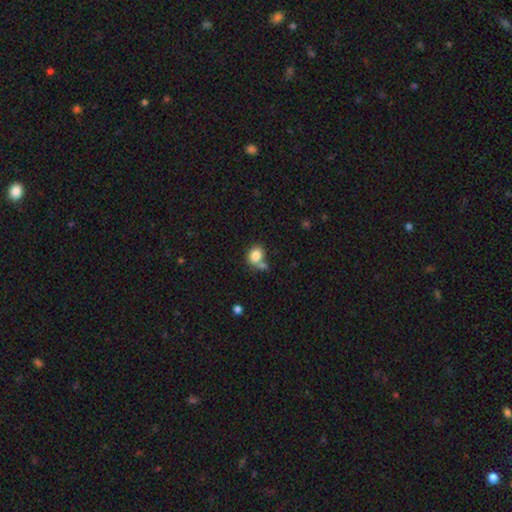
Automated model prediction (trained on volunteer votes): This is clearly a smooth galaxy (83%). How rounded: possibly round (56%). Merging: possibly none (47%).